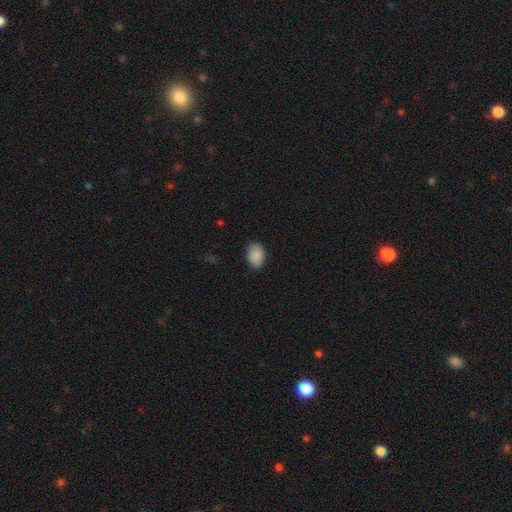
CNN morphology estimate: This appears to be a smooth galaxy with no disk features (86%) that is in between round and cigar-shaped (82%). Merging: none (77%).